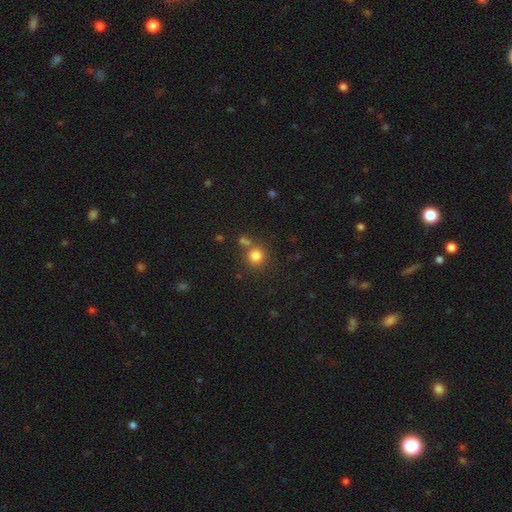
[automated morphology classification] Smooth or featured? Predicted: smooth (p=0.80). How rounded? Predicted: round (p=0.90). Merging? Predicted: none (p=0.70).